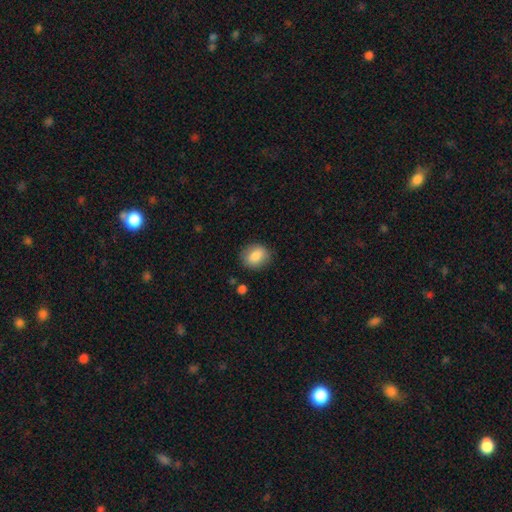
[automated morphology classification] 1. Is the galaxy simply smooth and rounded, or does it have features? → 85% smooth, 8% star or artifact, 7% featured or disk.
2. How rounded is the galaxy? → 55% round, 44% in between, 1% cigar-shaped.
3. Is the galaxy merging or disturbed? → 84% none, 12% minor disturbance, 3% major disturbance, 2% merger.